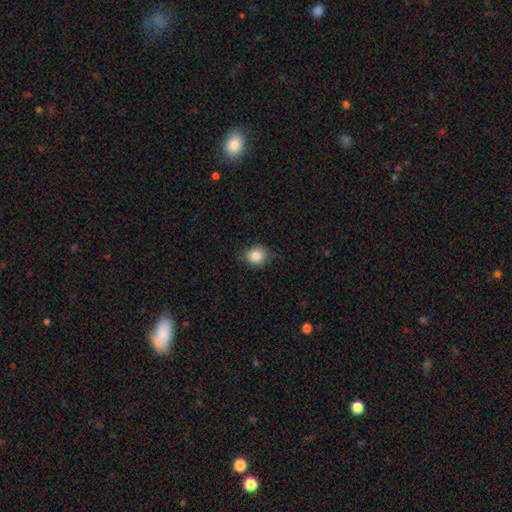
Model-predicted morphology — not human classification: smooth 86%, star or artifact 9%, featured or disk 4%. Down the decision tree: how rounded — round (75%); merging — none (82%).